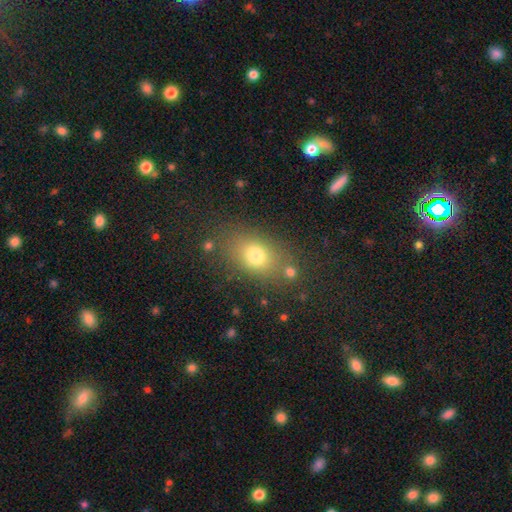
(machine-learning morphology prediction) This appears to be a smooth galaxy with no disk features (75%) that is in between round and cigar-shaped (71%). Merging: none (74%).